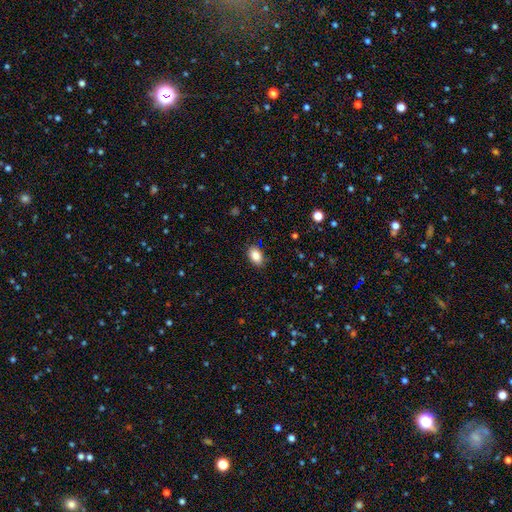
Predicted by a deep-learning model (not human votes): A smooth galaxy with no disk features (86%) that is in between round and cigar-shaped (87%). Merging: none (87%).